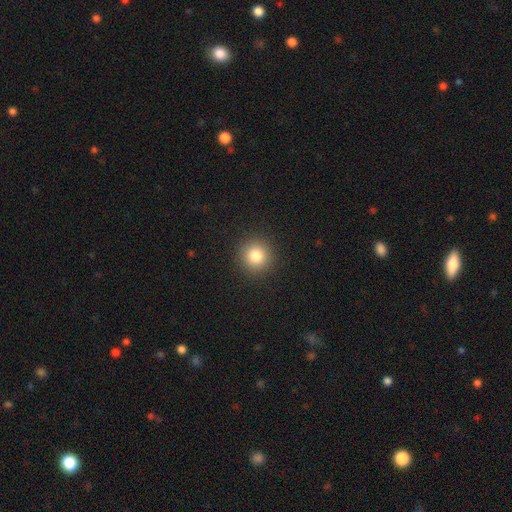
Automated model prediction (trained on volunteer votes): A smooth galaxy with no disk features (82%) that is round (94%).

Vote fractions:
- Smooth or featured? smooth: 82% / star or artifact: 11% / featured or disk: 6%
- How rounded? round: 94% / in between: 5% / cigar-shaped: 1%
- Merging? none: 92% / minor disturbance: 5% / major disturbance: 2% / merger: 1%